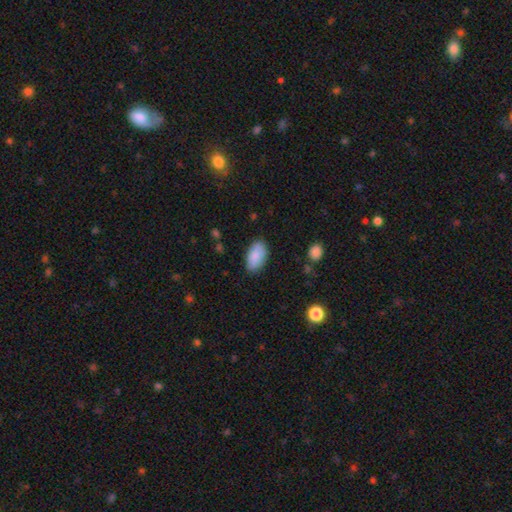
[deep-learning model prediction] A smooth galaxy with no disk features (86%) that is in between round and cigar-shaped (94%). Merging: none (81%).